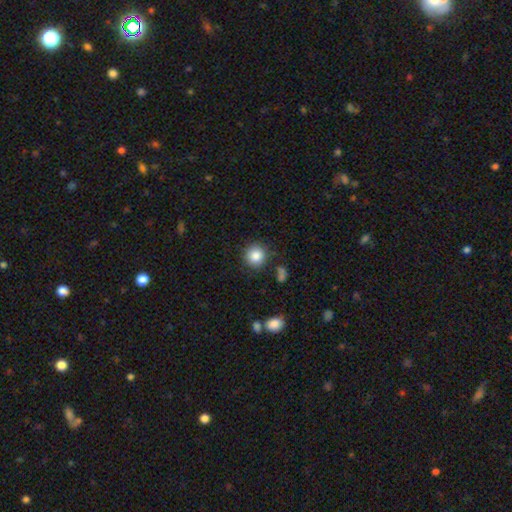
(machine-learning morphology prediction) Smooth or featured? Predicted: smooth (p=0.85). How rounded? Predicted: round (p=0.92). Merging? Predicted: none (p=0.85).